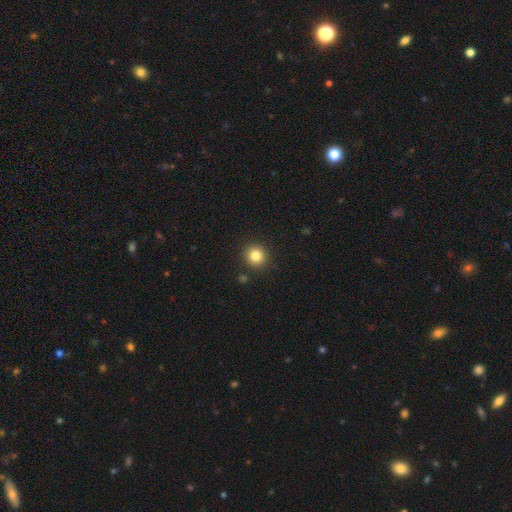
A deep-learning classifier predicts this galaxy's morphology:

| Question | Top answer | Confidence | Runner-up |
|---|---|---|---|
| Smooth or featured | smooth | 84% | star or artifact (11%) |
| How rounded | round | 93% | in between (6%) |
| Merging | none | 90% | minor disturbance (6%) |